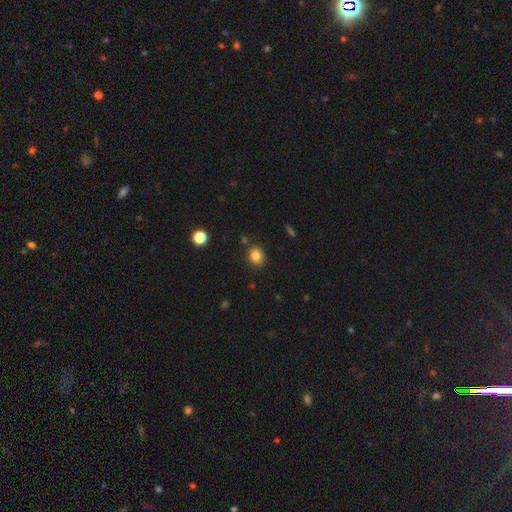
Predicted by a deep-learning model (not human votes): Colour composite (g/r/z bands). It shows a smooth galaxy with no disk features (83%) that is round (69%). Merging: none (86%).